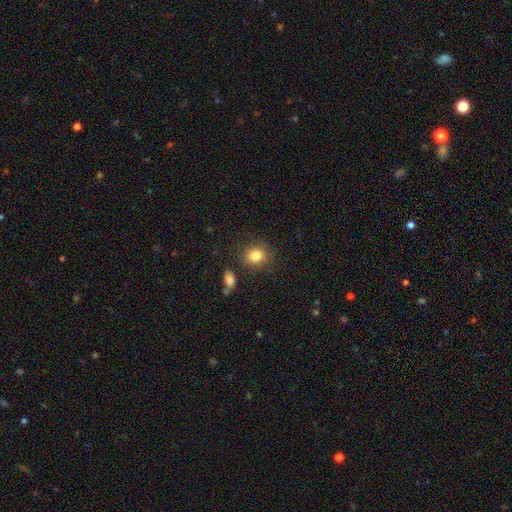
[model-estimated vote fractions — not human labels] Smooth or featured? smooth (84%)
How rounded? round (73%)
Merging? none (83%)